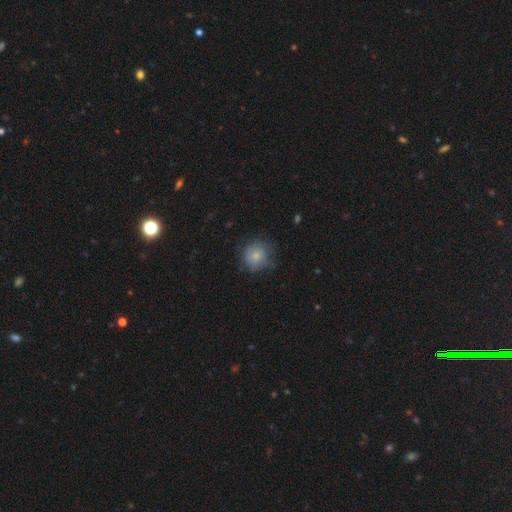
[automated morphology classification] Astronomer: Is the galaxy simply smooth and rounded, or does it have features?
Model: smooth — 77%.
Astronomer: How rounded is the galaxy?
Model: round — 87%.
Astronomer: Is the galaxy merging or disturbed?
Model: none — 65%.